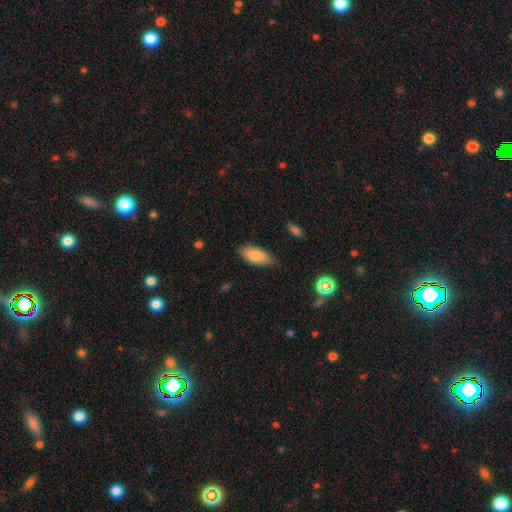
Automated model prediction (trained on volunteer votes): Smooth or featured: smooth — 83% (featured or disk — 10%)
How rounded: in between — 88% (cigar-shaped — 10%)
Merging: none — 77% (minor disturbance — 19%)